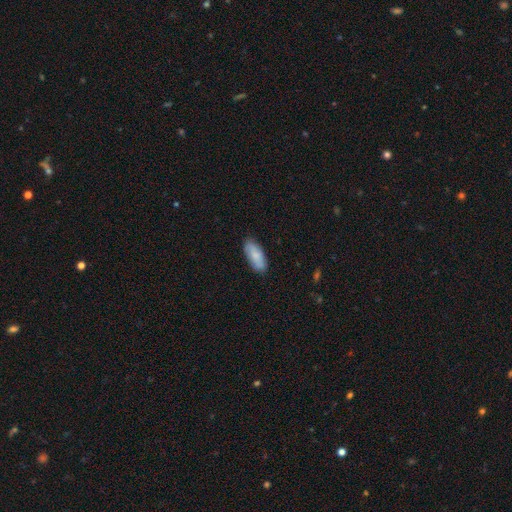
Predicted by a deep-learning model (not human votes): A smooth galaxy with no disk features (84%) that is in between round and cigar-shaped (78%). Merging: none (85%).